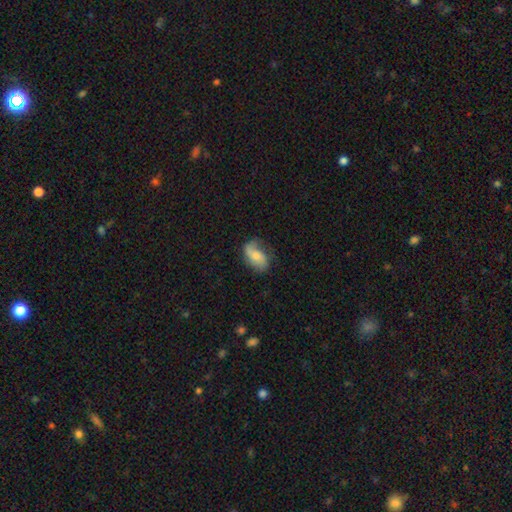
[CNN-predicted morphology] Q: Smooth or featured?
A: smooth (50%); runner-up: featured or disk (42%)
Q: How rounded?
A: in between (88%); runner-up: round (9%)
Q: Merging?
A: none (56%); runner-up: minor disturbance (28%)